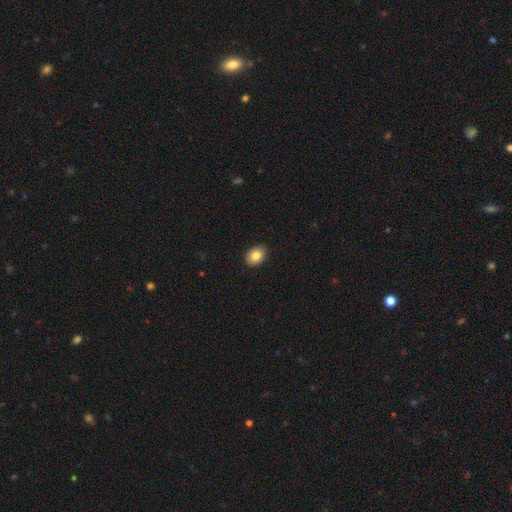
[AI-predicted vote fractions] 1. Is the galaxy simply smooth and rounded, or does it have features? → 84% smooth, 8% star or artifact, 8% featured or disk.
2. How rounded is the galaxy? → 70% in between, 29% round, 1% cigar-shaped.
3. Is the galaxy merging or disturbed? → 91% none, 7% minor disturbance, 2% major disturbance, 1% merger.